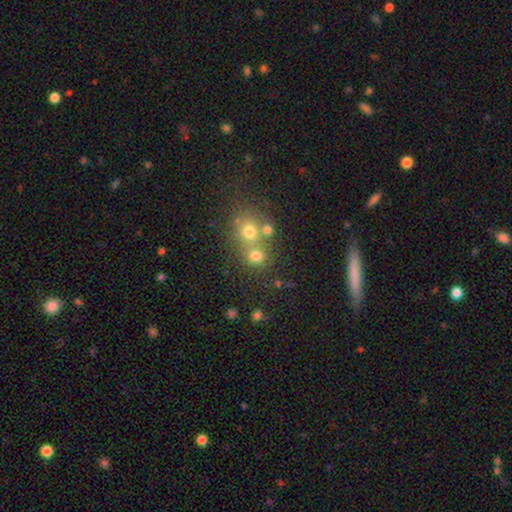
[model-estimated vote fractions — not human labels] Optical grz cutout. It shows a smooth galaxy with no disk features (70%) that is round (82%). Merging: none (51%).